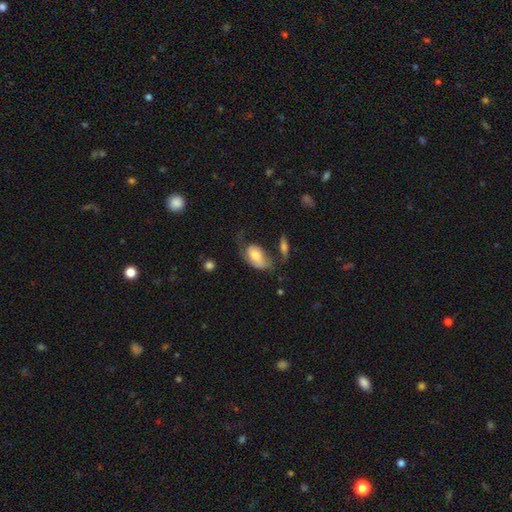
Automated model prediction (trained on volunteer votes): Overall: smooth (64%; featured or disk 29%). How rounded: in between (91%). Merging: major disturbance (40%; none 26%).